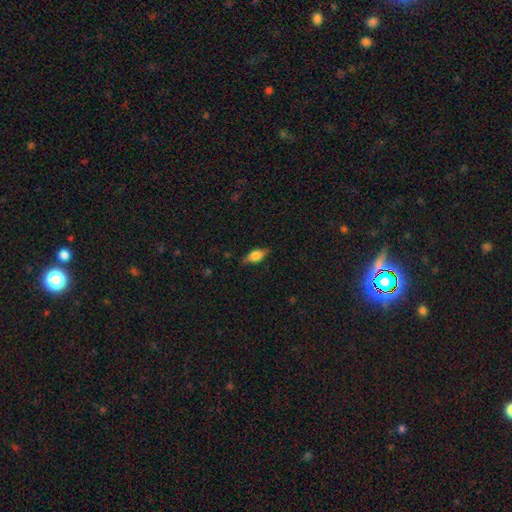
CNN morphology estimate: smooth 61%, featured or disk 31%, star or artifact 8%. Down the decision tree: how rounded — in between (79%); merging — none (79%).